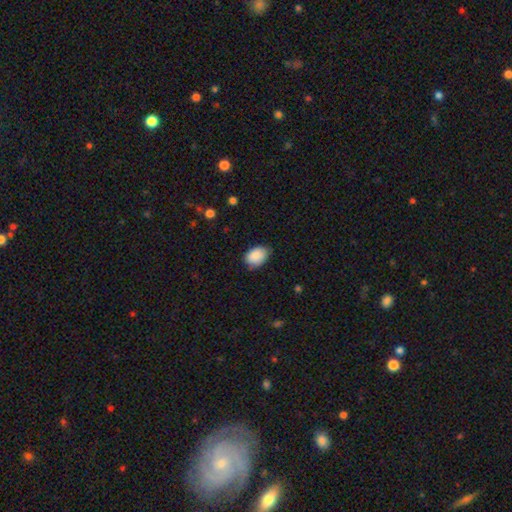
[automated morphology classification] smooth-or-featured: smooth: 89% | star or artifact: 7% | featured or disk: 4%
  how-rounded: in between: 82% | round: 16% | cigar-shaped: 1%
  merging: none: 74% | minor disturbance: 22% | major disturbance: 3% | merger: 1%